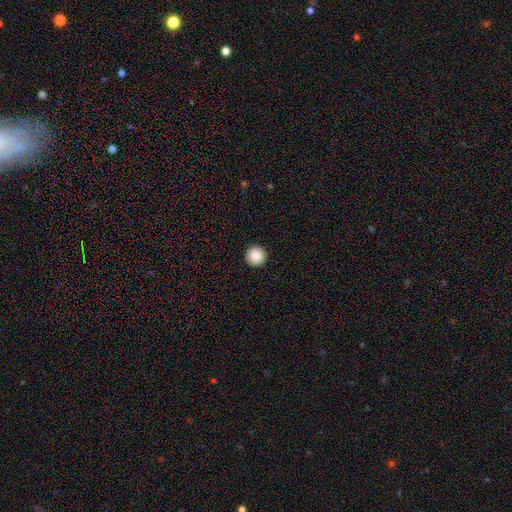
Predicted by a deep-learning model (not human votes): This is clearly a smooth galaxy (88%). How rounded: clearly round (97%). Merging: clearly none (94%).